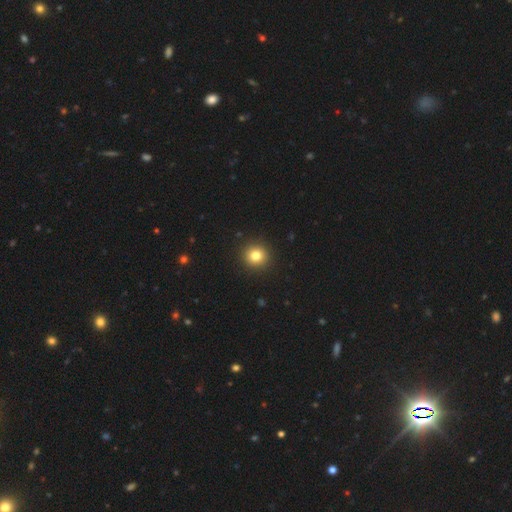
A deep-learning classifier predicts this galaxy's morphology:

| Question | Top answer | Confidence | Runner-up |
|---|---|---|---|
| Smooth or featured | smooth | 81% | star or artifact (12%) |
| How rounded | round | 92% | in between (7%) |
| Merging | none | 93% | minor disturbance (5%) |